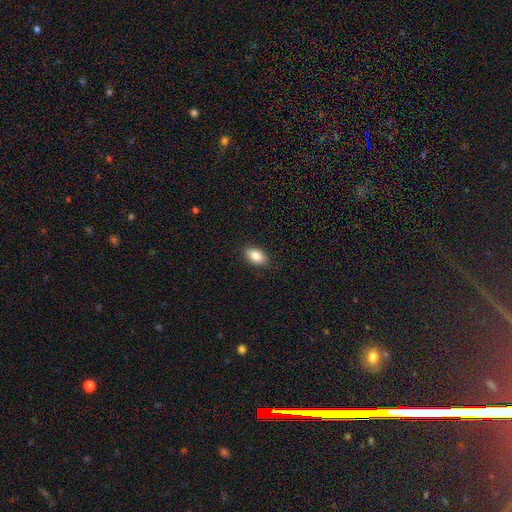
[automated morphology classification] Smooth or featured: smooth — 86% (star or artifact — 7%)
How rounded: in between — 91% (round — 7%)
Merging: none — 89% (minor disturbance — 8%)